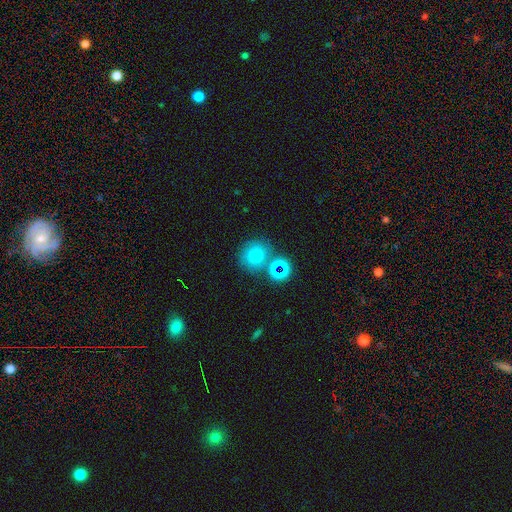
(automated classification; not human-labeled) A smooth galaxy with no disk features (72%) that is round (82%).

Vote fractions:
- Smooth or featured? smooth: 72% / star or artifact: 17% / featured or disk: 10%
- How rounded? round: 82% / in between: 17% / cigar-shaped: 1%
- Merging? none: 62% / merger: 17% / minor disturbance: 15% / major disturbance: 6%